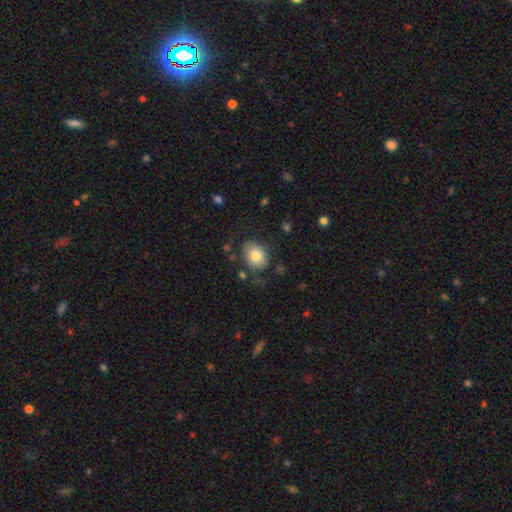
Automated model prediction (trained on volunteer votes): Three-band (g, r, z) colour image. It shows a smooth galaxy with no disk features (78%) that is in between round and cigar-shaped (56%). Merging: none (71%).